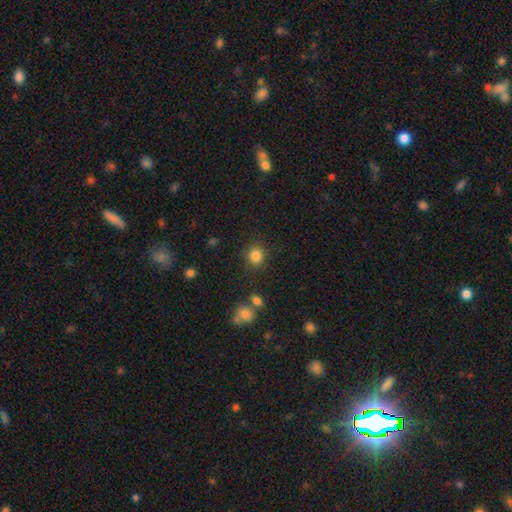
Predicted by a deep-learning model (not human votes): Smooth or featured: smooth — 84% (star or artifact — 11%)
How rounded: round — 84% (in between — 15%)
Merging: none — 85% (minor disturbance — 9%)